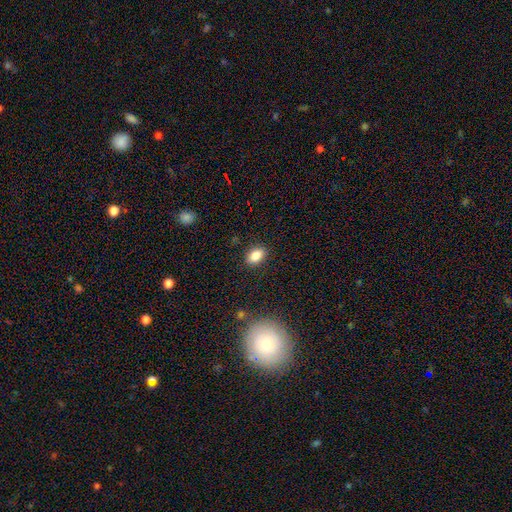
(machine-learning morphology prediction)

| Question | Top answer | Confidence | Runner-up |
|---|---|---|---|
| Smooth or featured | smooth | 84% | star or artifact (9%) |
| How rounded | in between | 86% | round (12%) |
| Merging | none | 87% | minor disturbance (9%) |